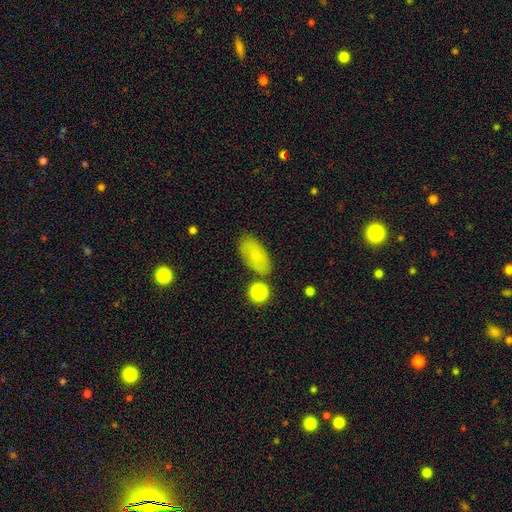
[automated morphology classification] A smooth galaxy with no disk features (80%) that is in between round and cigar-shaped (92%). Merging: none (74%).